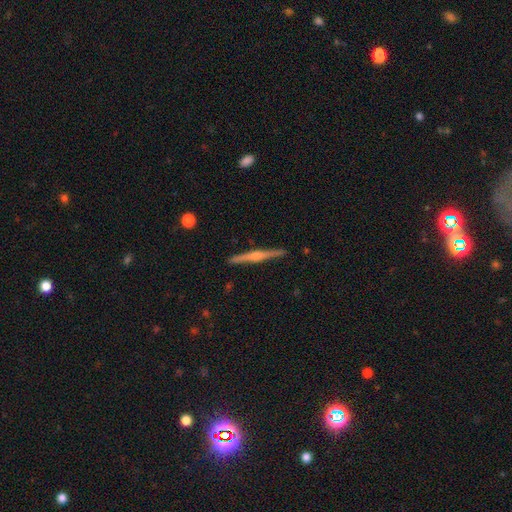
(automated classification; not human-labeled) Q: Smooth or featured?
A: featured or disk (73%); runner-up: smooth (18%)
Q: Edge-on disk?
A: yes (97%); runner-up: no (3%)
Q: Edge-on bulge?
A: rounded (80%); runner-up: none (12%)
Q: Merging?
A: none (89%); runner-up: minor disturbance (8%)